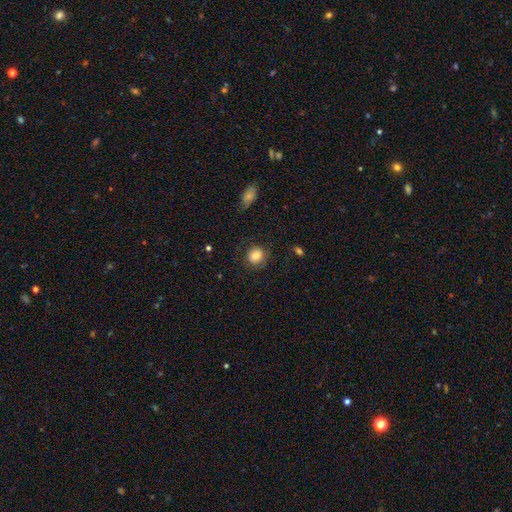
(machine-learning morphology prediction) smooth 84%, star or artifact 9%, featured or disk 7%. Down the decision tree: how rounded — round (77%); merging — none (80%).